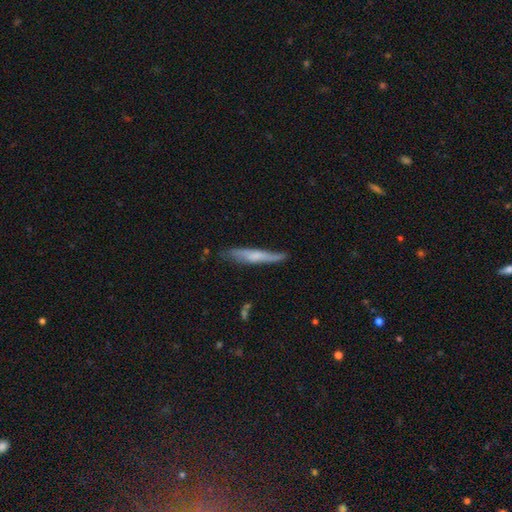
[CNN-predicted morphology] A smooth galaxy with no disk features (50%) that is cigar-shaped (91%).

Vote fractions:
- Smooth or featured? smooth: 50% / featured or disk: 44% / star or artifact: 6%
- How rounded? cigar-shaped: 91% / in between: 7% / round: 1%
- Merging? none: 68% / minor disturbance: 24% / major disturbance: 5% / merger: 2%